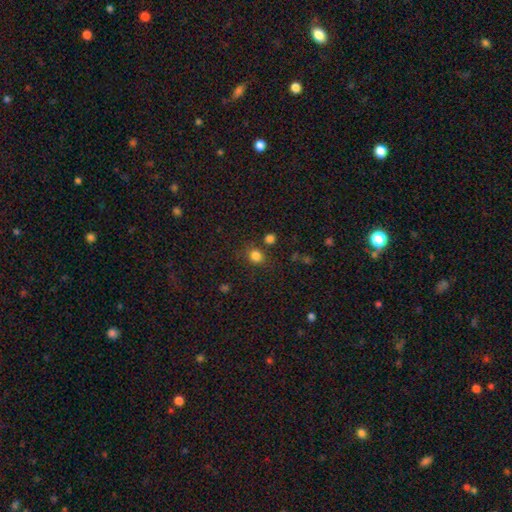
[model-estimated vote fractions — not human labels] Q: Smooth or featured?
A: smooth (81%); runner-up: star or artifact (14%)
Q: How rounded?
A: round (70%); runner-up: in between (29%)
Q: Merging?
A: none (75%); runner-up: minor disturbance (12%)